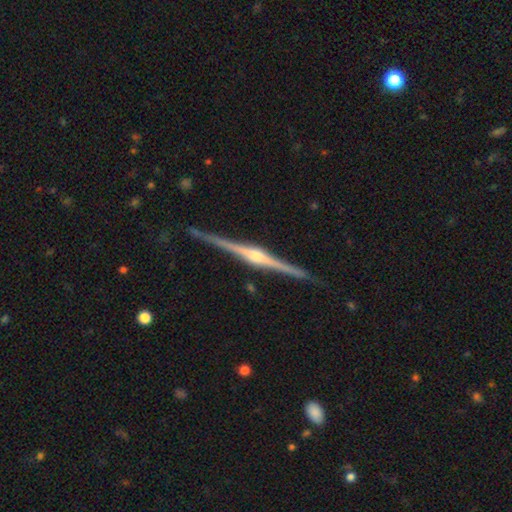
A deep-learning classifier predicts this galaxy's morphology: Smooth or featured? featured or disk (90%)
Edge-on disk? yes (99%)
Edge-on bulge? rounded (85%)
Merging? none (91%)